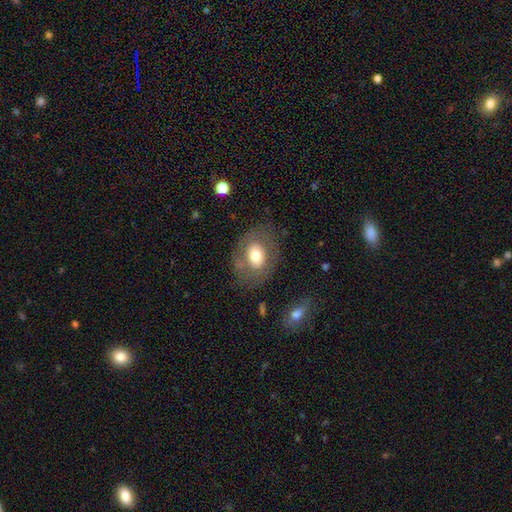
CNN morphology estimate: Smooth or featured: smooth — 62% (featured or disk — 30%)
How rounded: in between — 60% (round — 39%)
Merging: none — 74% (minor disturbance — 15%)